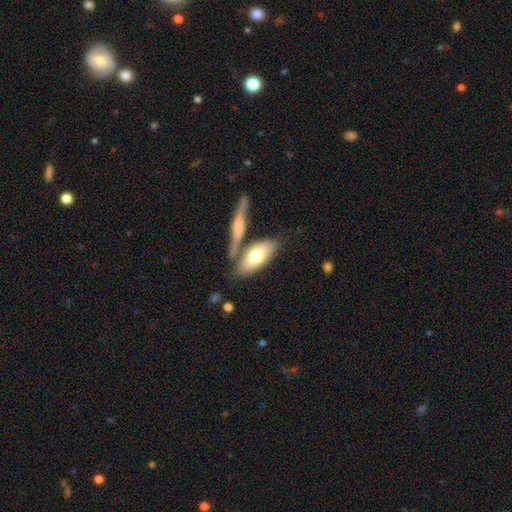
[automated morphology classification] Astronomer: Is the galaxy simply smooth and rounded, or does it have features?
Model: smooth — 67%.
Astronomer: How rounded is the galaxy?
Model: in between — 84%.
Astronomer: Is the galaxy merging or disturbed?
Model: none — 55%.